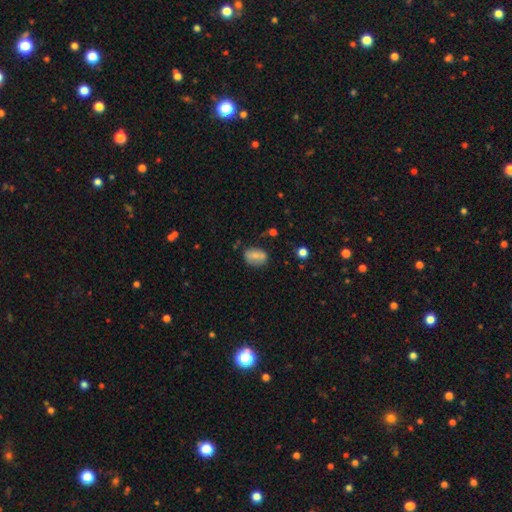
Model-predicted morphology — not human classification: smooth 69%, featured or disk 22%, star or artifact 10%. Down the decision tree: how rounded — in between (73%); merging — none (58%).